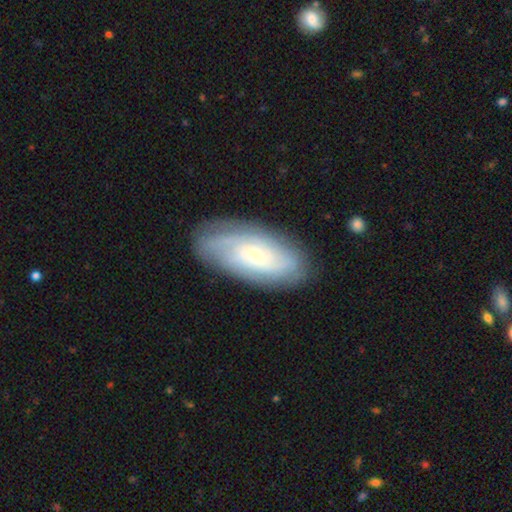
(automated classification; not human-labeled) Overall: featured or disk (72%). Edge-on disk: no (92%). Bar: no (55%; weak 37%). Spiral arms: yes (90%). Spiral arm count: can't tell (48%; 2 20%). Spiral winding: tight (60%; medium 30%). Bulge size: small (74%). Merging: none (77%).